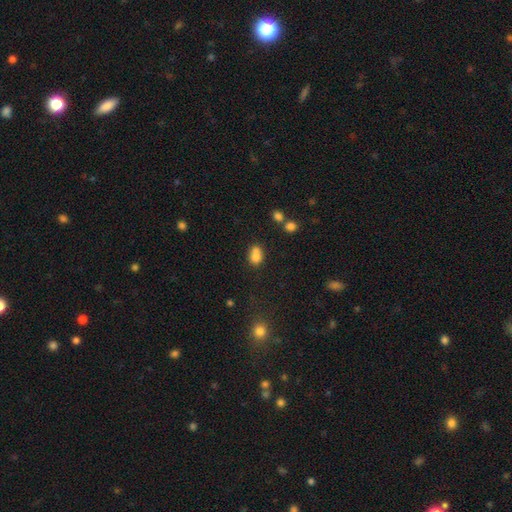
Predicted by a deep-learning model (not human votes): Morphology: type=smooth (77%); roundness=in between (61%); merging=merger (41%).